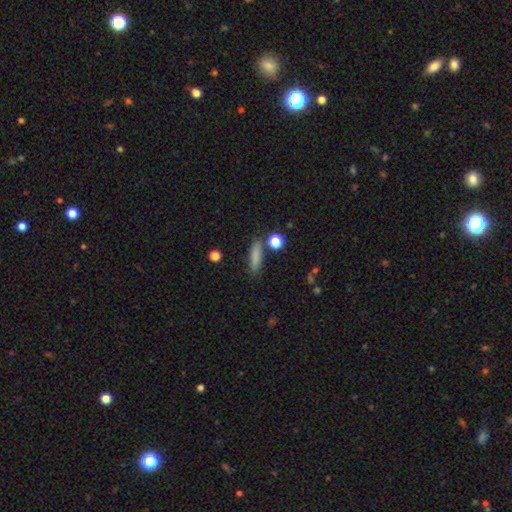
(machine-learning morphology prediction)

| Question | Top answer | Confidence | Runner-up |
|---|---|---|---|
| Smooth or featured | smooth | 82% | star or artifact (9%) |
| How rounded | cigar-shaped | 65% | in between (30%) |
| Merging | none | 79% | minor disturbance (12%) |